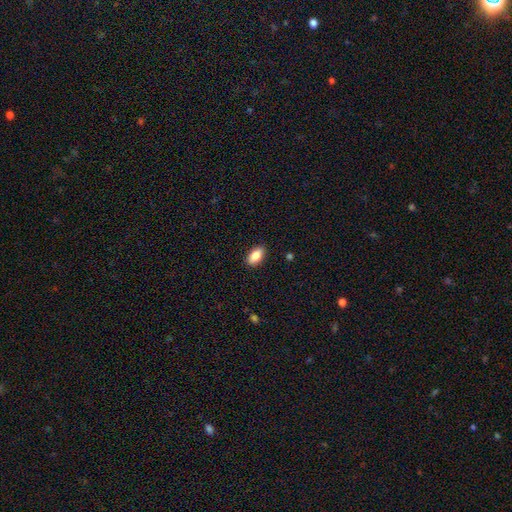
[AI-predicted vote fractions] A smooth galaxy with no disk features (84%) that is in between round and cigar-shaped (91%). Merging: none (88%).